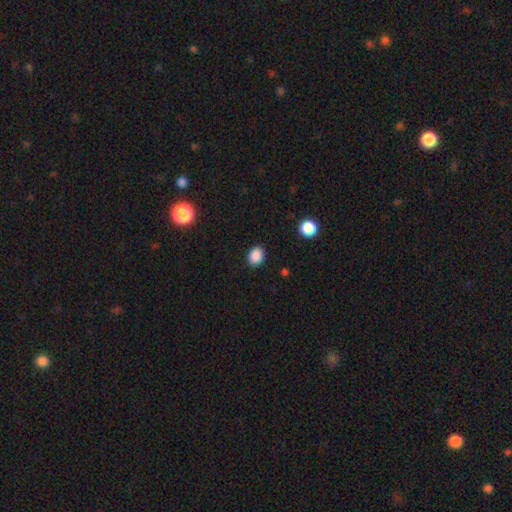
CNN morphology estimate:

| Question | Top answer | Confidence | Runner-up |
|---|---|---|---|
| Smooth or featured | smooth | 87% | star or artifact (10%) |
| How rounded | in between | 54% | round (45%) |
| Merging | none | 89% | minor disturbance (8%) |